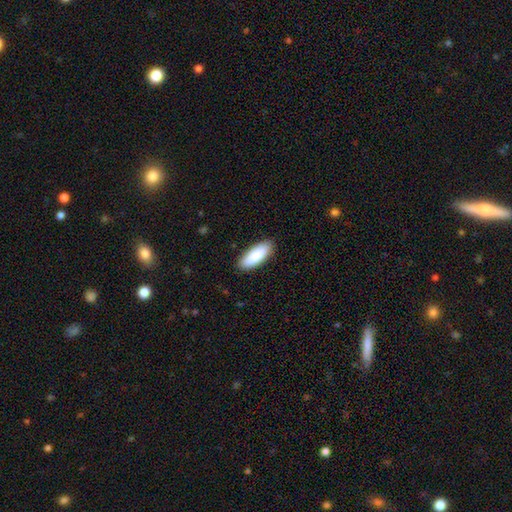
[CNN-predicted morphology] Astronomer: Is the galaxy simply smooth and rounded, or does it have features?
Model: smooth — 89%.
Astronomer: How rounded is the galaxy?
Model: in between — 72%.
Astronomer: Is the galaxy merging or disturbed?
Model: none — 88%.